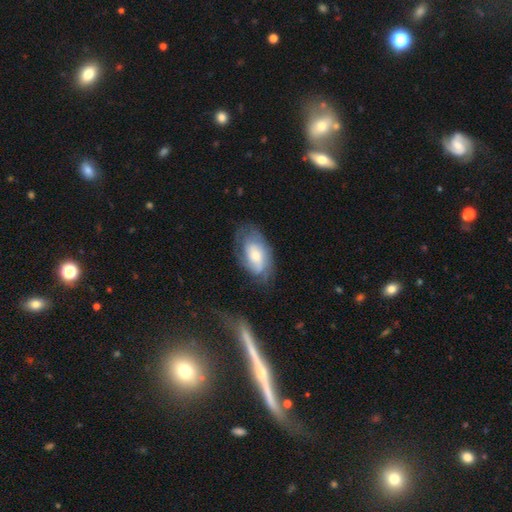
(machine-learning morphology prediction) smooth_or_featured: featured or disk (p=0.56) [alt: smooth p=0.37]
disk_edge_on: no (p=0.93) [alt: yes p=0.07]
bar: no (p=0.65) [alt: weak p=0.29]
has_spiral_arms: yes (p=0.79) [alt: no p=0.21]
bulge_size: moderate (p=0.48) [alt: small p=0.30]
merging: none (p=0.58) [alt: minor disturbance p=0.25]